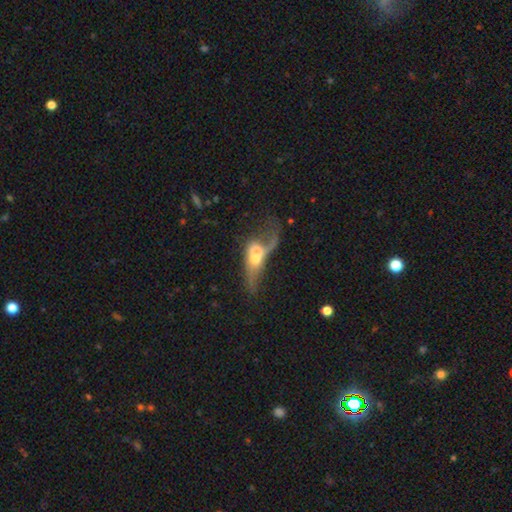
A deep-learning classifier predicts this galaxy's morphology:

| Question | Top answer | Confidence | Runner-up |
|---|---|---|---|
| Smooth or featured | featured or disk | 53% | smooth (39%) |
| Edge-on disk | no | 79% | yes (21%) |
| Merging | major disturbance | 45% | merger (25%) |